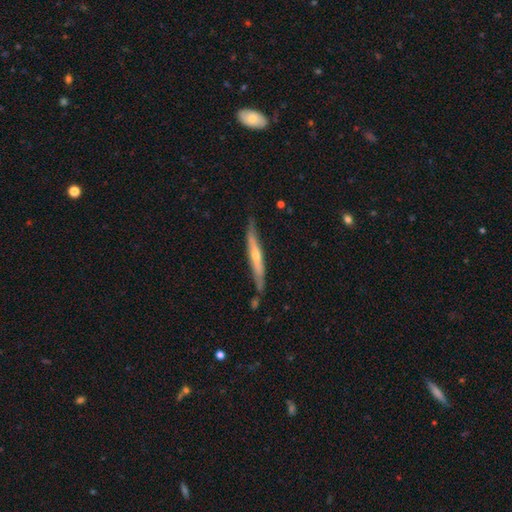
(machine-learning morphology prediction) Q: Smooth or featured?
A: featured or disk (73%); runner-up: smooth (20%)
Q: Edge-on disk?
A: yes (93%); runner-up: no (7%)
Q: Edge-on bulge?
A: rounded (78%); runner-up: none (17%)
Q: Merging?
A: none (80%); runner-up: minor disturbance (16%)